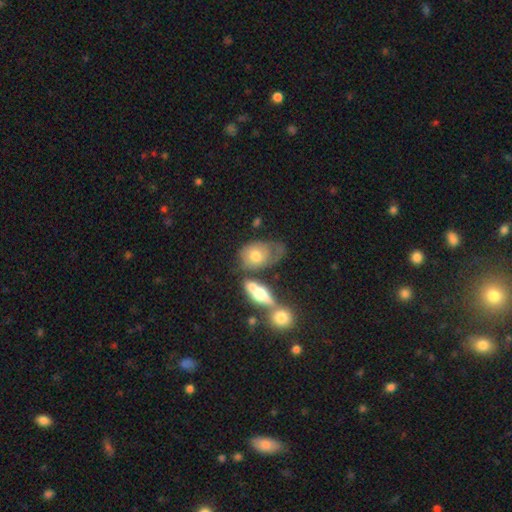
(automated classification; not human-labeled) Smooth or featured? smooth (49%)
Merging? merger (27%, tied with none)